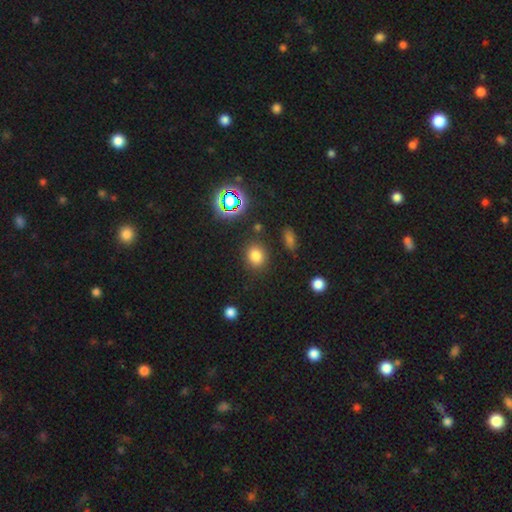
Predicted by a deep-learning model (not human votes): The model was most divided on "how rounded": round: 66%, in between: 32%, cigar-shaped: 1%. More confident: merging — none (84%); smooth or featured — smooth (76%).